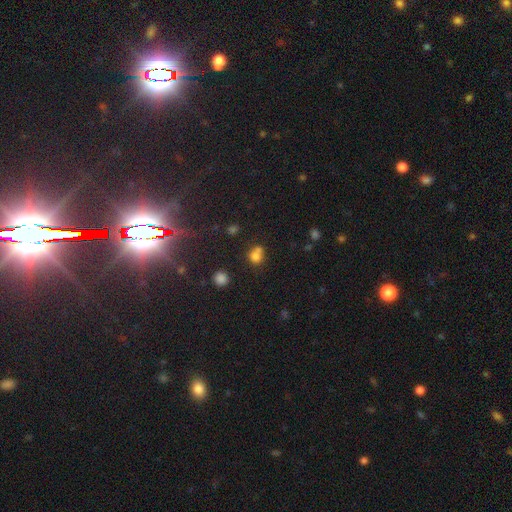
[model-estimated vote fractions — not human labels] Smooth or featured? Predicted: smooth (p=0.75). How rounded? Predicted: round (p=0.77). Merging? Predicted: merger (p=0.47).